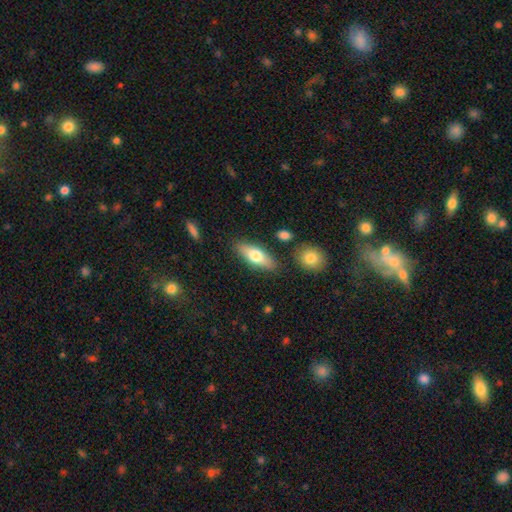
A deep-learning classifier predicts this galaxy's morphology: A smooth galaxy with no disk features (67%) that is in between round and cigar-shaped (68%).

Vote fractions:
- Smooth or featured? smooth: 67% / featured or disk: 27% / star or artifact: 6%
- How rounded? in between: 68% / cigar-shaped: 29% / round: 3%
- Merging? none: 83% / minor disturbance: 10% / merger: 4% / major disturbance: 2%